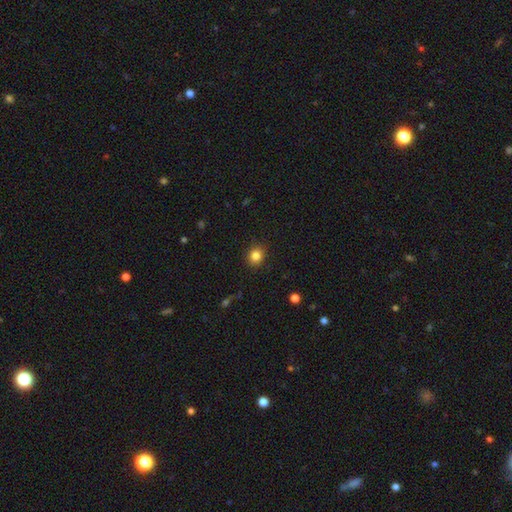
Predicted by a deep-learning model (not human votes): Morphology: type=smooth (84%); roundness=round (78%); merging=none (89%).